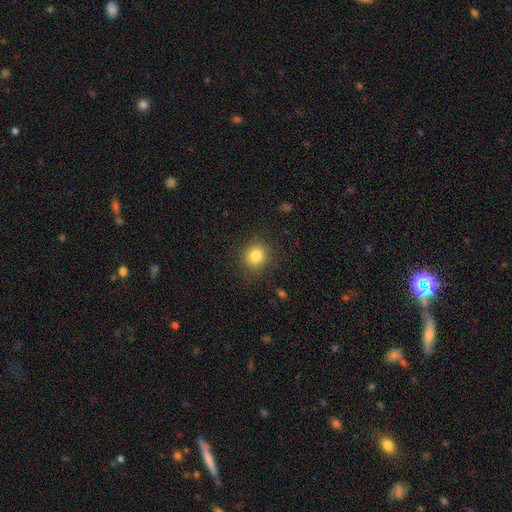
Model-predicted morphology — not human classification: type=smooth (82%); roundness=round (82%); merging=none (86%).